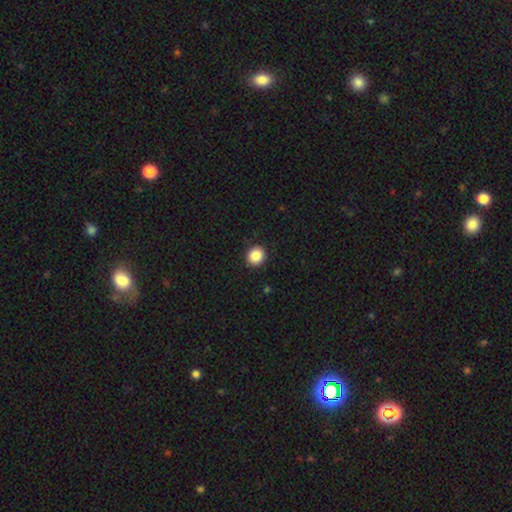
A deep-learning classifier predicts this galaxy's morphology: Smooth or featured? Predicted: smooth (p=0.87). How rounded? Predicted: round (p=0.87). Merging? Predicted: none (p=0.92).